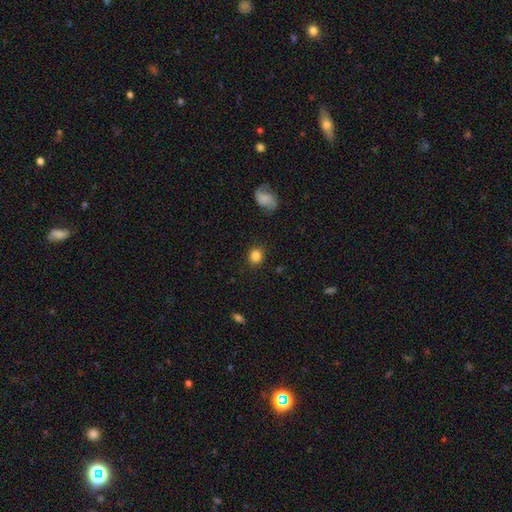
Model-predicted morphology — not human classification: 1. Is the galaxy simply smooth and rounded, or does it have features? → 84% smooth, 10% star or artifact, 6% featured or disk.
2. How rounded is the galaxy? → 68% round, 31% in between, 1% cigar-shaped.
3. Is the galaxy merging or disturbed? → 86% none, 10% minor disturbance, 3% major disturbance, 2% merger.